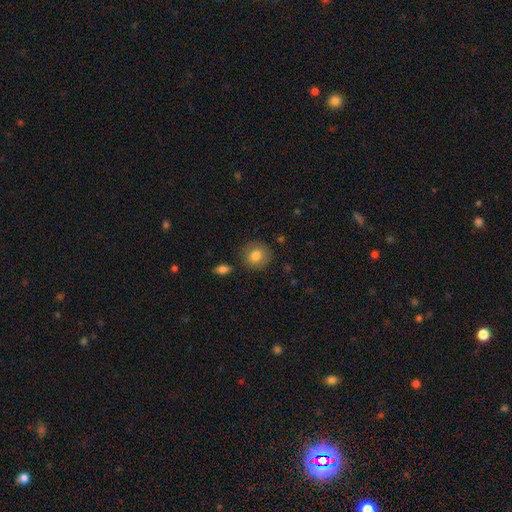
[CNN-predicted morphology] Smooth or featured: smooth — 81% (featured or disk — 11%)
How rounded: round — 86% (in between — 13%)
Merging: none — 83% (minor disturbance — 11%)